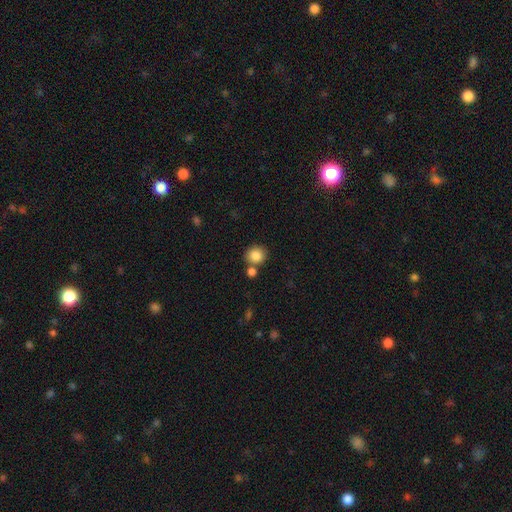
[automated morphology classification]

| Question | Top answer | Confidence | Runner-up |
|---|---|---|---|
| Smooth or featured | smooth | 85% | star or artifact (9%) |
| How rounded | round | 84% | in between (15%) |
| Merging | none | 71% | merger (17%) |